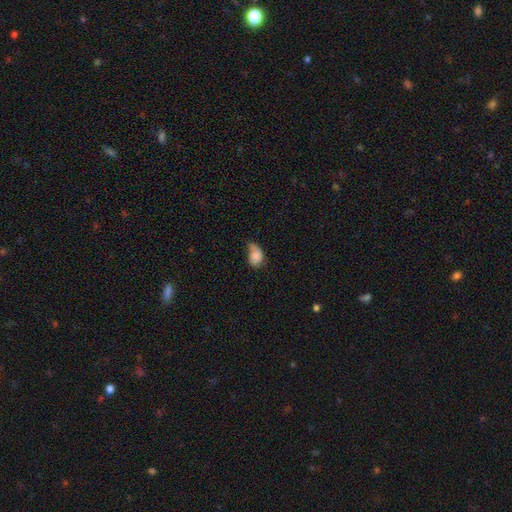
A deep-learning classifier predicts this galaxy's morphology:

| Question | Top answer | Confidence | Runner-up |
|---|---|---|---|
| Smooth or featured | smooth | 78% | featured or disk (14%) |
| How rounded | in between | 75% | round (23%) |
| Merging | minor disturbance | 38% | none (28%) |